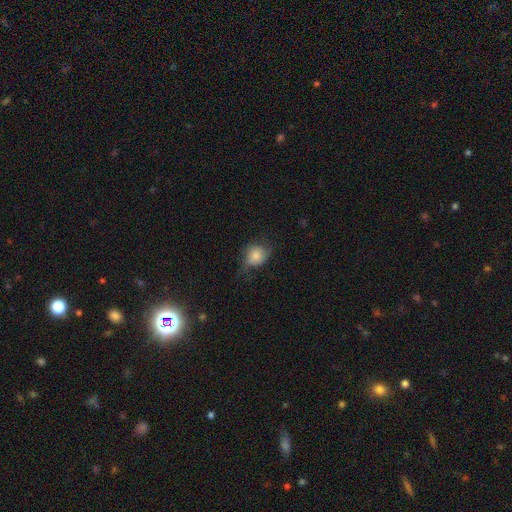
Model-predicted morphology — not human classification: smooth-or-featured: smooth: 70% | featured or disk: 21% | star or artifact: 9%
  how-rounded: round: 68% | in between: 31% | cigar-shaped: 1%
  merging: none: 49% | minor disturbance: 30% | major disturbance: 20% | merger: 1%